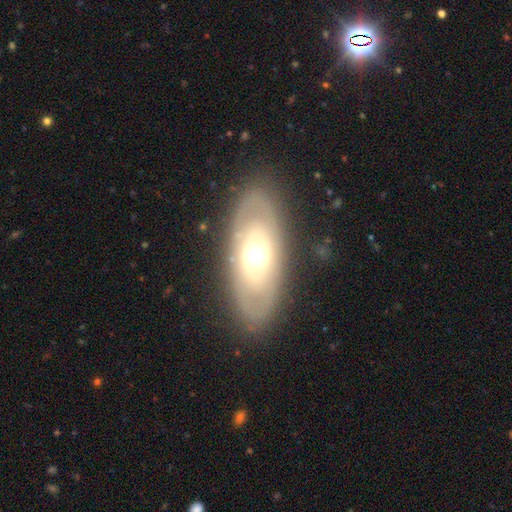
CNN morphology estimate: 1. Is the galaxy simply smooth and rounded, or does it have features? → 64% featured or disk, 30% smooth, 6% star or artifact.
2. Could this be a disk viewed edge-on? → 85% no, 15% yes.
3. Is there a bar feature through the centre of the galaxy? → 85% no, 11% weak, 4% strong.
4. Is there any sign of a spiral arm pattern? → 71% no, 29% yes.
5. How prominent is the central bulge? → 60% moderate, 30% large, 6% small, 3% dominant, 1% none.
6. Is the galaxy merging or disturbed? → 83% none, 11% minor disturbance, 5% major disturbance, 1% merger.